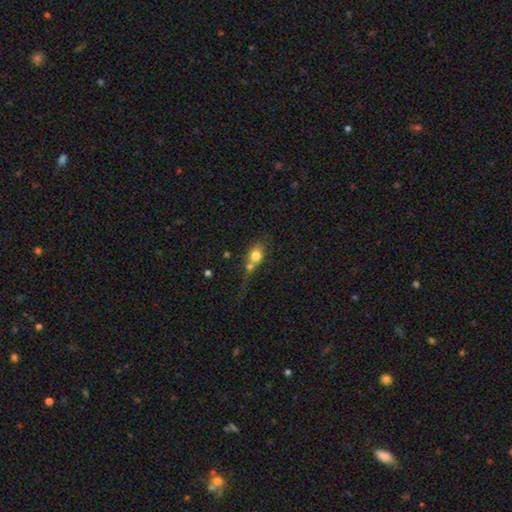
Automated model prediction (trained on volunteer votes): Smooth or featured: smooth — 74% (featured or disk — 16%)
How rounded: in between — 53% (round — 42%)
Merging: merger — 51% (none — 28%)